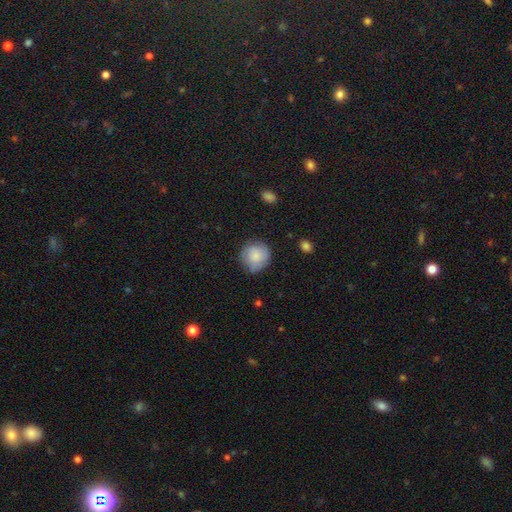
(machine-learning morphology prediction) Smooth or featured? smooth (78%)
How rounded? round (88%)
Merging? none (71%)